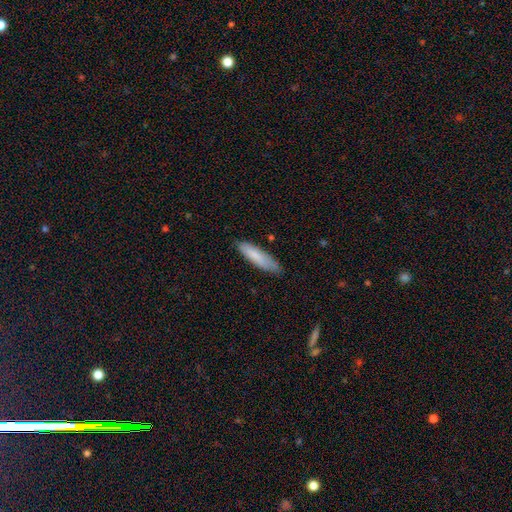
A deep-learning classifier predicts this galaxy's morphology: Smooth or featured?
  - smooth: 80% *
  - featured or disk: 14%
  - star or artifact: 6%
How rounded?
  - cigar-shaped: 70% *
  - in between: 29%
  - round: 1%
Merging?
  - none: 77% *
  - minor disturbance: 19%
  - major disturbance: 3%
  - merger: 1%